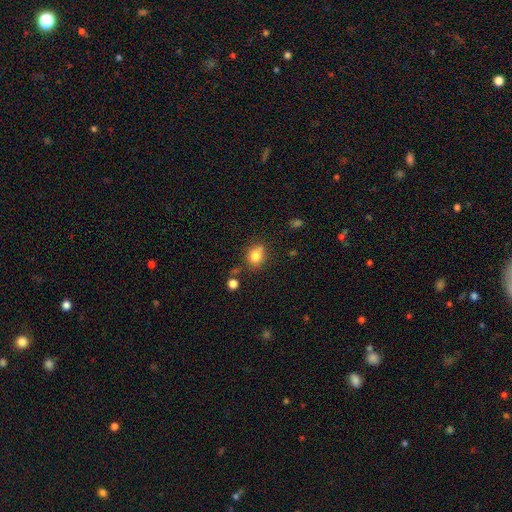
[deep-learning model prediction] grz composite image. It shows a smooth galaxy with no disk features (80%) that is round (59%). Merging: none (67%).